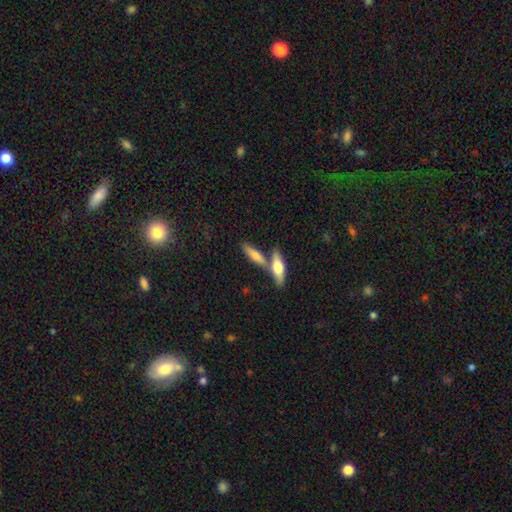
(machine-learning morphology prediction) type=smooth (64%); roundness=cigar-shaped (61%); merging=none (51%).